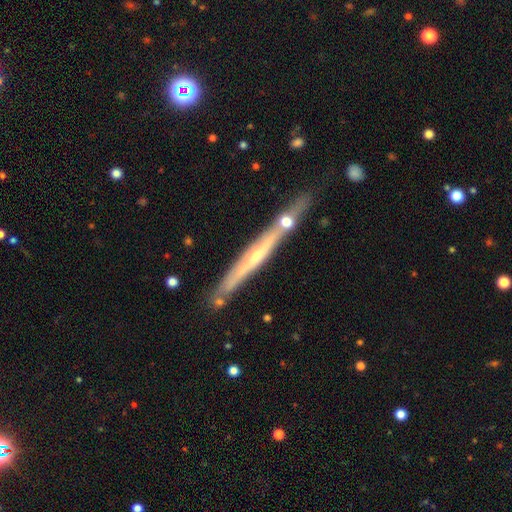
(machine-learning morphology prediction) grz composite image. It shows a featured or disk galaxy (70%) viewed edge-on (94%) with a rounded central bulge (65%). Merging: none (77%).